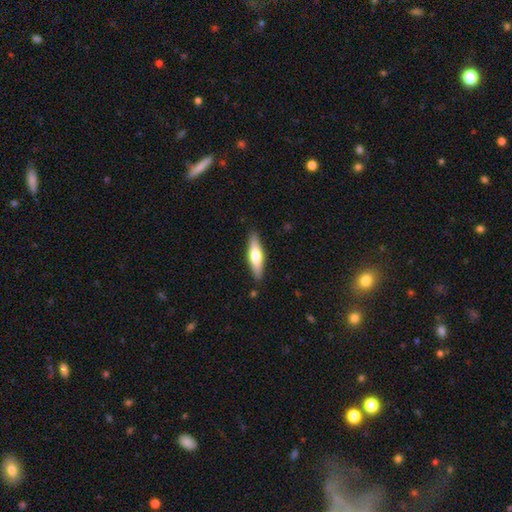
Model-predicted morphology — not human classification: This appears to be a smooth galaxy with no disk features (50%) that is cigar-shaped (68%). Merging: none (88%).